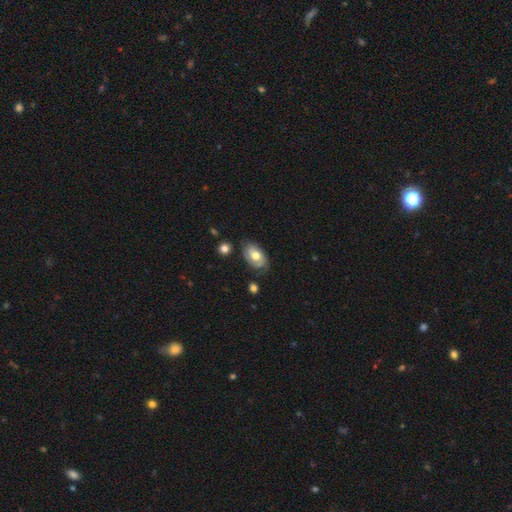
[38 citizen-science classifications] Smooth or featured: smooth — 68% (featured or disk — 29%)
How rounded: in between — 88% (round — 12%)
Merging: none — 51% (minor disturbance — 35%)